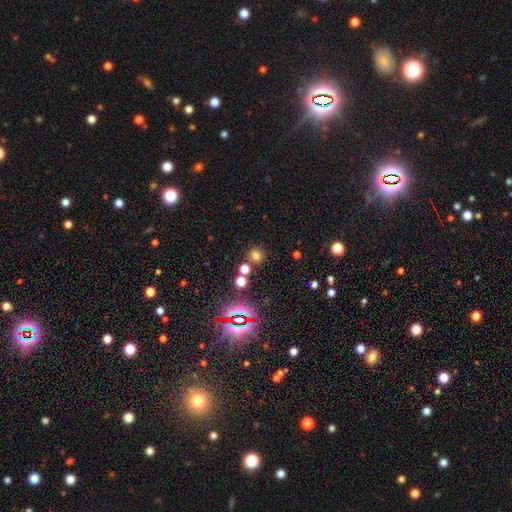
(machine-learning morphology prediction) The model was most divided on "smooth or featured": smooth: 67%, star or artifact: 26%, featured or disk: 7%. More confident: how rounded — round (79%); merging — none (77%).